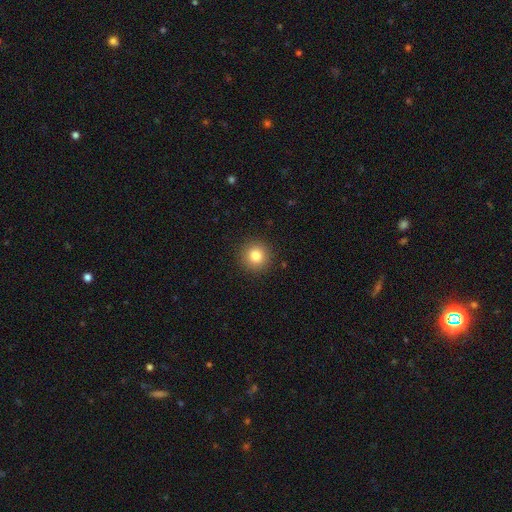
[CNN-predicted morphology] Smooth or featured?
  - smooth: 83% *
  - star or artifact: 11%
  - featured or disk: 7%
How rounded?
  - round: 94% *
  - in between: 5%
  - cigar-shaped: 1%
Merging?
  - none: 91% *
  - minor disturbance: 5%
  - major disturbance: 2%
  - merger: 1%